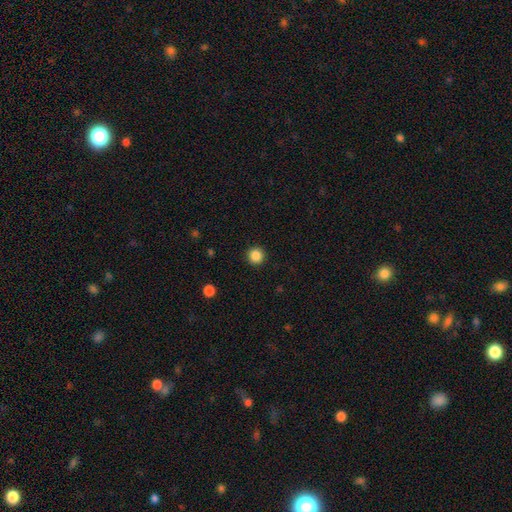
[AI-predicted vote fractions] A smooth galaxy with no disk features (86%) that is round (95%). Merging: none (93%).